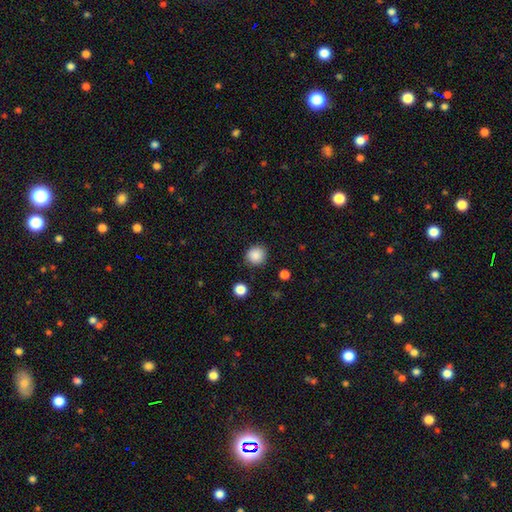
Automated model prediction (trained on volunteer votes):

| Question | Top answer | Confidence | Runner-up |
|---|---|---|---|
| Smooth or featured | smooth | 87% | star or artifact (10%) |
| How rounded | round | 89% | in between (10%) |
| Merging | none | 86% | minor disturbance (10%) |